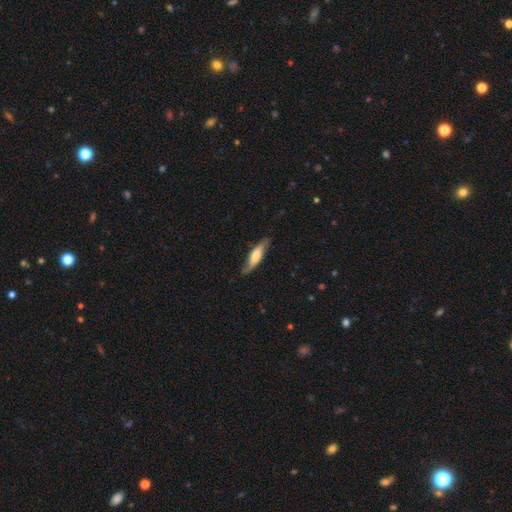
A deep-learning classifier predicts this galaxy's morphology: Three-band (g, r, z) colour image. It shows a featured or disk galaxy (50%). Merging: none (76%).